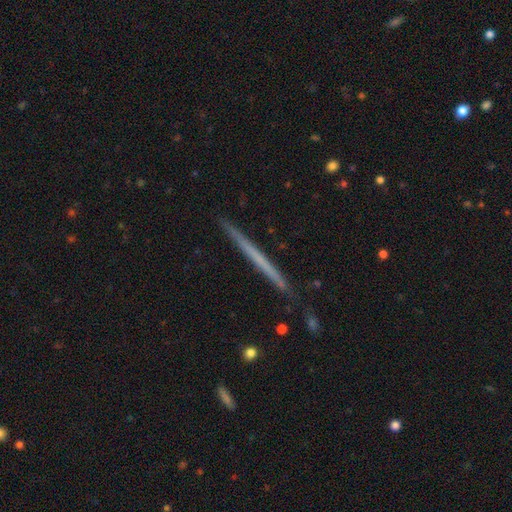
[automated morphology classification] smooth_or_featured: featured or disk (p=0.51) [alt: smooth p=0.43]
disk_edge_on: yes (p=0.98) [alt: no p=0.02]
merging: none (p=0.91) [alt: minor disturbance p=0.07]